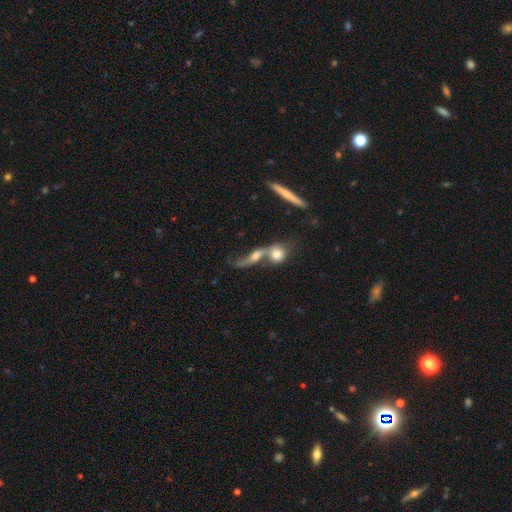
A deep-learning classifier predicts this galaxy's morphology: Overall: featured or disk (50%; smooth 39%). Merging: merger (59%; none 25%).